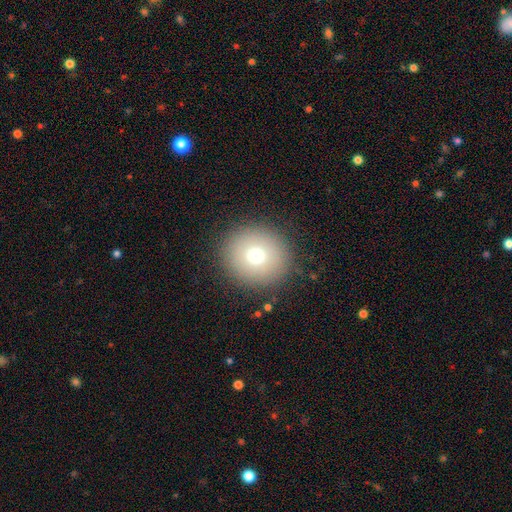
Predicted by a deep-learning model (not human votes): smooth-or-featured: smooth: 72% | featured or disk: 14% | star or artifact: 14%
  how-rounded: round: 91% | in between: 8% | cigar-shaped: 1%
  merging: none: 90% | minor disturbance: 6% | major disturbance: 3% | merger: 1%